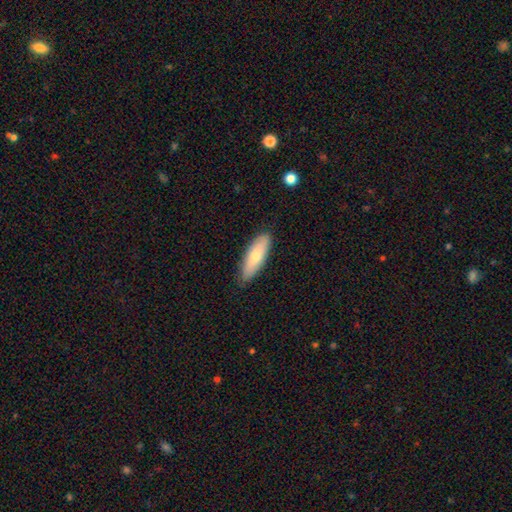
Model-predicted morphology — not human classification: A smooth galaxy with no disk features (69%) that is in between round and cigar-shaped (58%).

Vote fractions:
- Smooth or featured? smooth: 69% / featured or disk: 25% / star or artifact: 6%
- How rounded? in between: 58% / cigar-shaped: 40% / round: 2%
- Merging? none: 85% / minor disturbance: 12% / major disturbance: 2% / merger: 1%